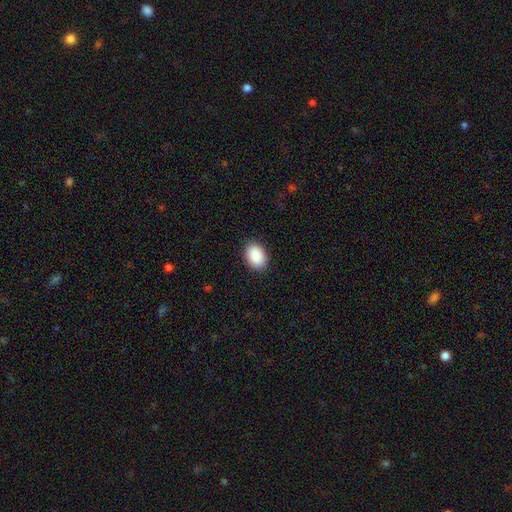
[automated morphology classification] This appears to be a smooth galaxy with no disk features (91%) that is in between round and cigar-shaped (81%). Merging: none (89%).